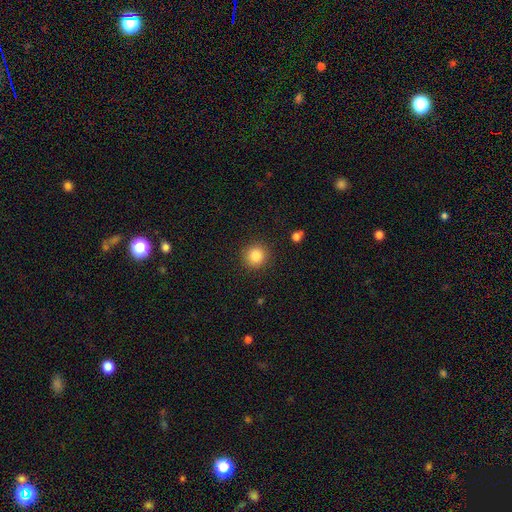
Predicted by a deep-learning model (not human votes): Overall: smooth (85%). How rounded: round (92%). Merging: none (90%).